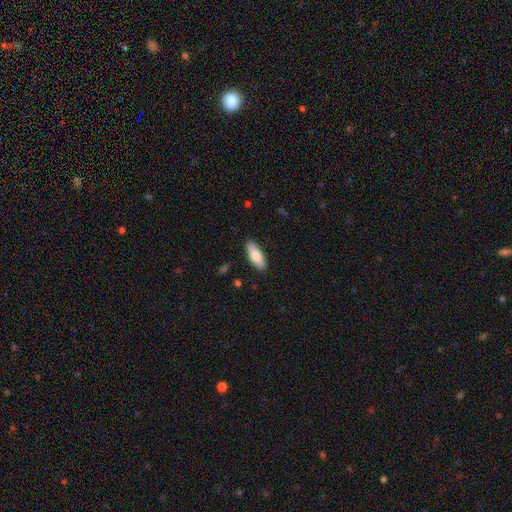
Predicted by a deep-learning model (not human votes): This appears to be a smooth galaxy with no disk features (80%) that is in between round and cigar-shaped (74%). Merging: none (88%).